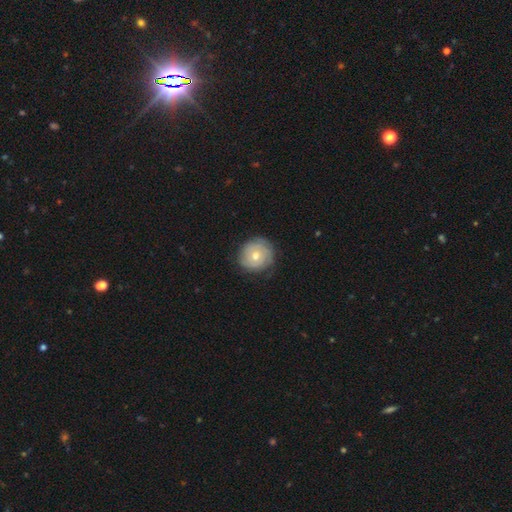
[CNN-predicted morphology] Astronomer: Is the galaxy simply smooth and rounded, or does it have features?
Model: featured or disk — 52% (runner-up: smooth, 41%).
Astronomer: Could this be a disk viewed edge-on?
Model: no — 97%.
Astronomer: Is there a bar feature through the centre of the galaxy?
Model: no — 82%.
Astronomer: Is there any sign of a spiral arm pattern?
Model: yes — 77%.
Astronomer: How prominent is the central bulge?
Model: moderate — 66%.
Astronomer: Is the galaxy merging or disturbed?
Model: none — 75%.